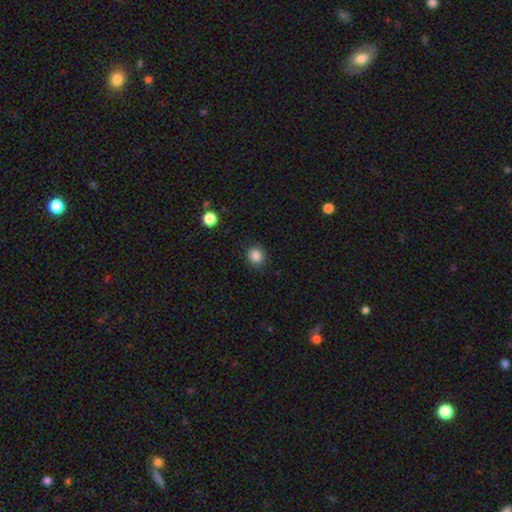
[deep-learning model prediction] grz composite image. It shows a smooth galaxy with no disk features (86%) that is round (83%). Merging: none (89%).